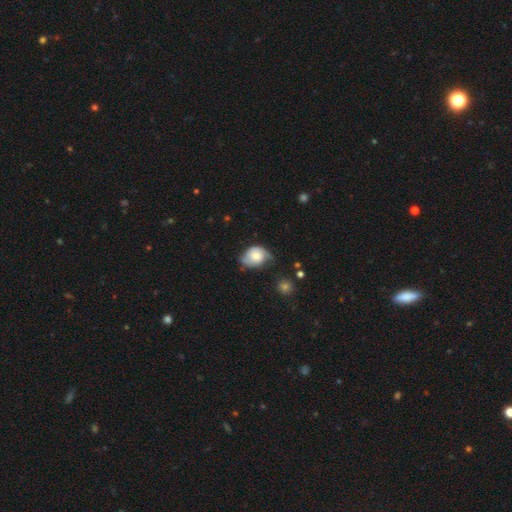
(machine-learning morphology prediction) A smooth galaxy with no disk features (54%) that is in between round and cigar-shaped (55%).

Vote fractions:
- Smooth or featured? smooth: 54% / featured or disk: 39% / star or artifact: 7%
- How rounded? in between: 55% / round: 44% / cigar-shaped: 1%
- Merging? minor disturbance: 41% / none: 40% / major disturbance: 16% / merger: 3%